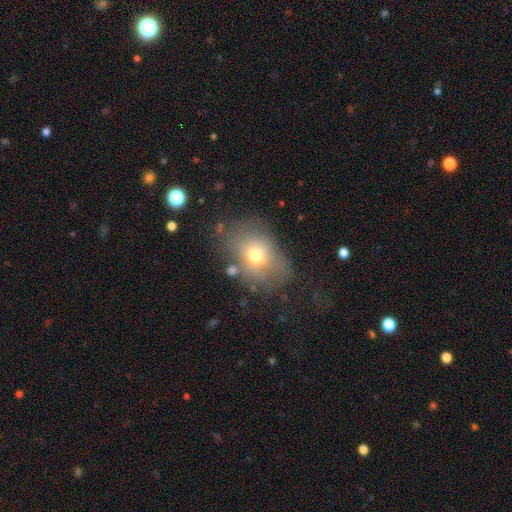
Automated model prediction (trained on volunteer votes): A smooth galaxy with no disk features (61%) that is in between round and cigar-shaped (70%).

Vote fractions:
- Smooth or featured? smooth: 61% / featured or disk: 25% / star or artifact: 14%
- How rounded? in between: 70% / round: 28% / cigar-shaped: 1%
- Merging? none: 60% / minor disturbance: 22% / major disturbance: 14% / merger: 4%